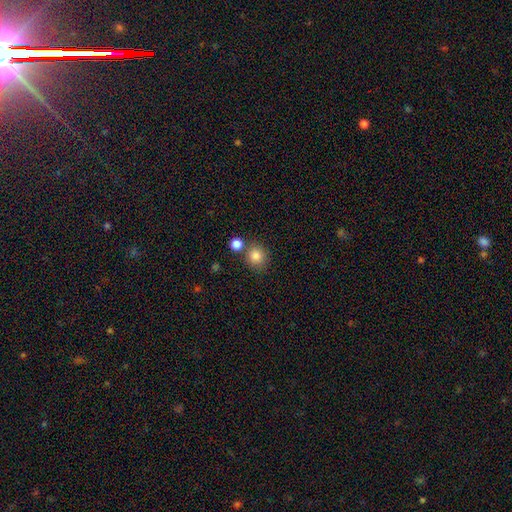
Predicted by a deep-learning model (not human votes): A smooth galaxy with no disk features (84%) that is round (85%).

Vote fractions:
- Smooth or featured? smooth: 84% / star or artifact: 10% / featured or disk: 6%
- How rounded? round: 85% / in between: 14% / cigar-shaped: 1%
- Merging? none: 71% / merger: 16% / minor disturbance: 10% / major disturbance: 3%